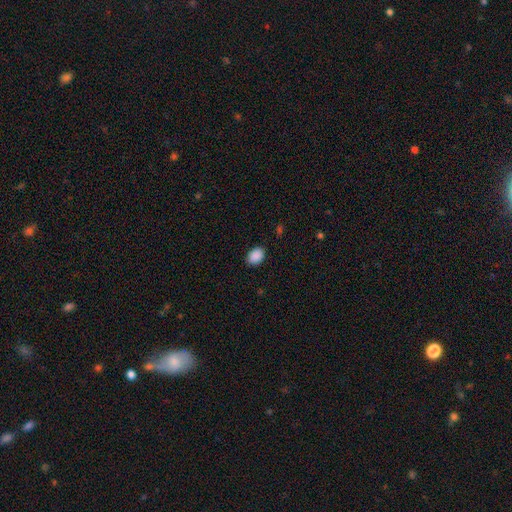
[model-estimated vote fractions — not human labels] This is clearly a smooth galaxy (90%). How rounded: likely in between (77%). Merging: clearly none (87%).